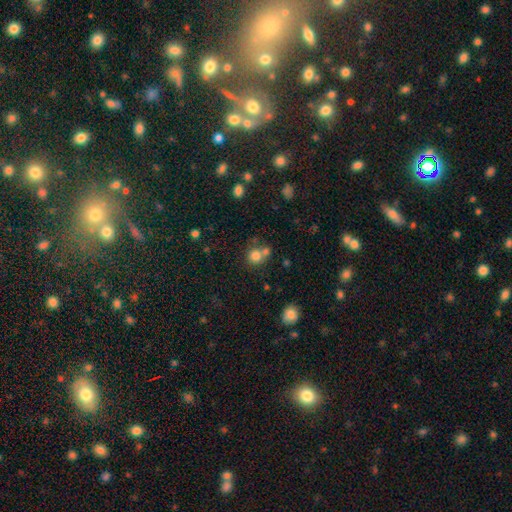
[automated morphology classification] smooth-or-featured: smooth: 80% | star or artifact: 12% | featured or disk: 8%
  how-rounded: round: 87% | in between: 12% | cigar-shaped: 1%
  merging: none: 52% | merger: 35% | minor disturbance: 9% | major disturbance: 4%